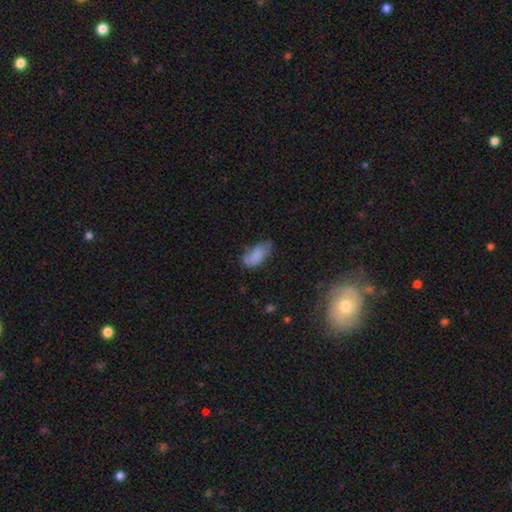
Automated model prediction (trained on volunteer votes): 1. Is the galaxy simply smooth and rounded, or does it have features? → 79% smooth, 12% featured or disk, 9% star or artifact.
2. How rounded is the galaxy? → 89% in between, 8% cigar-shaped, 3% round.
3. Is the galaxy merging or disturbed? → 48% none, 35% minor disturbance, 13% major disturbance, 4% merger.